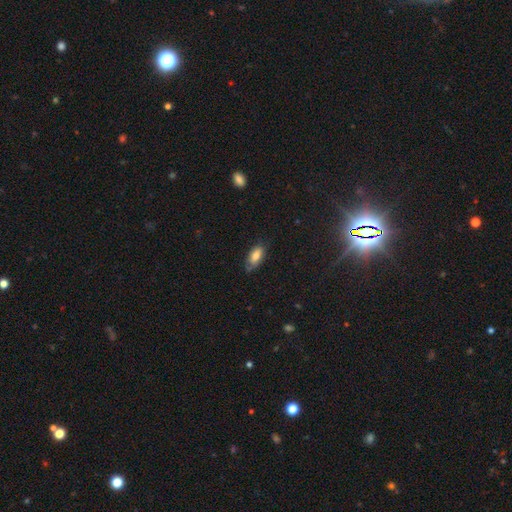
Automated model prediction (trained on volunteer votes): Smooth or featured: smooth — 74% (featured or disk — 18%)
How rounded: in between — 87% (cigar-shaped — 10%)
Merging: none — 66% (minor disturbance — 26%)